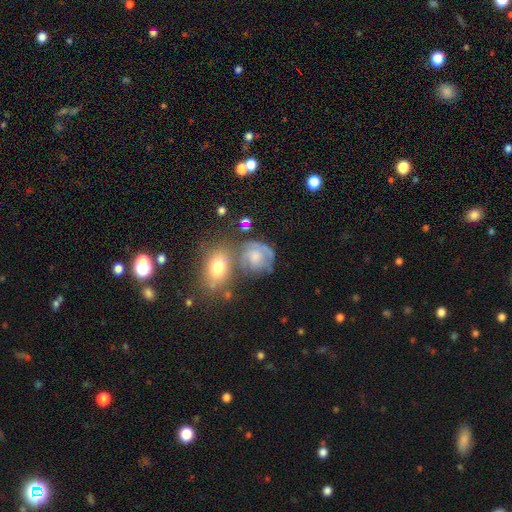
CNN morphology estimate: Smooth or featured: featured or disk — 53% (smooth — 38%)
Edge-on disk: no — 97% (yes — 3%)
Bar: no — 77% (weak — 19%)
Spiral arms: yes — 65% (no — 35%)
Bulge size: moderate — 46% (small — 25%)
Merging: none — 41% (merger — 23%)